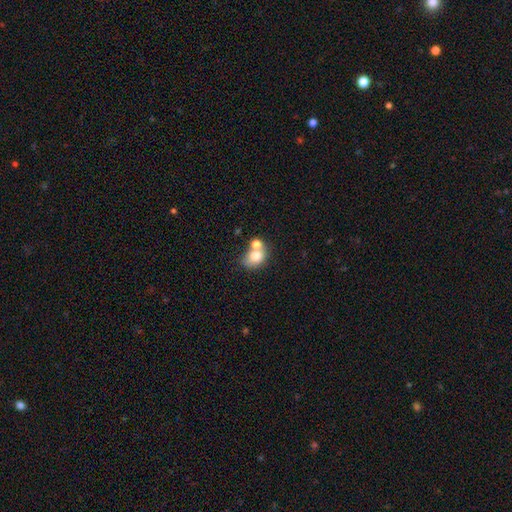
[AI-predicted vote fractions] Smooth or featured?
  - smooth: 76% *
  - featured or disk: 14%
  - star or artifact: 10%
How rounded?
  - in between: 58% *
  - round: 41%
  - cigar-shaped: 1%
Merging?
  - merger: 45% *
  - none: 37%
  - minor disturbance: 12%
  - major disturbance: 6%